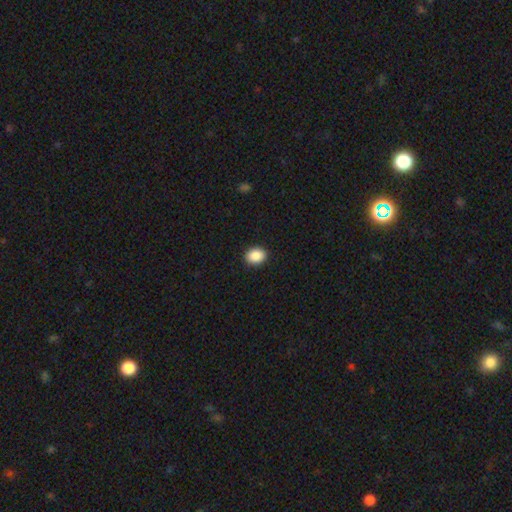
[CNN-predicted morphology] This appears to be a smooth galaxy with no disk features (89%) that is in between round and cigar-shaped (55%). Merging: none (91%).